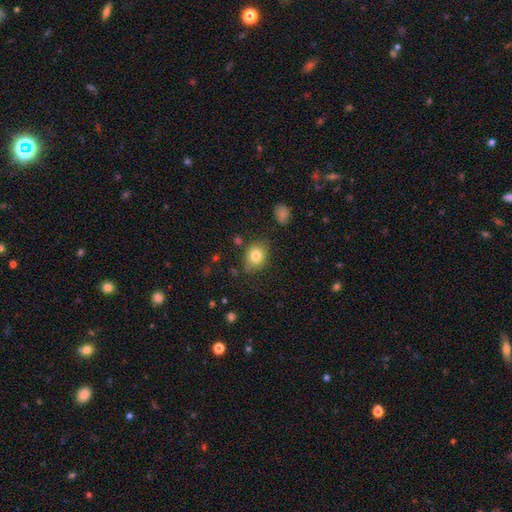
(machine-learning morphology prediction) smooth-or-featured: smooth: 81% | star or artifact: 10% | featured or disk: 9%
  how-rounded: round: 54% | in between: 45% | cigar-shaped: 1%
  merging: none: 74% | minor disturbance: 19% | major disturbance: 4% | merger: 3%